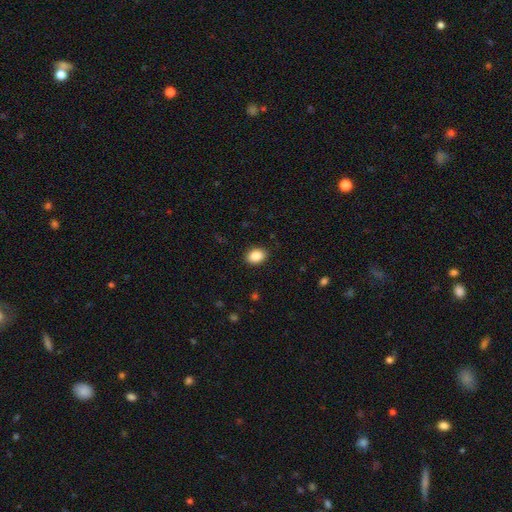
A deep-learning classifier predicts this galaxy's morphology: This is clearly a smooth galaxy (88%). How rounded: likely in between (72%). Merging: clearly none (90%).